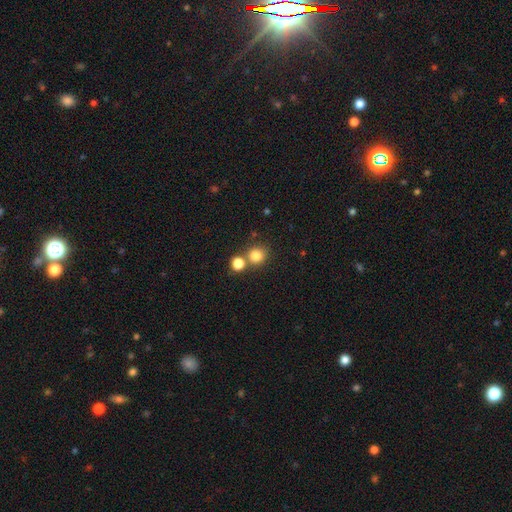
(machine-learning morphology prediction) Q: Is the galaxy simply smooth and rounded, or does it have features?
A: smooth — 81%.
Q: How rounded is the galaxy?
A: round — 89%.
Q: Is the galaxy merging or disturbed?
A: none — 65%.